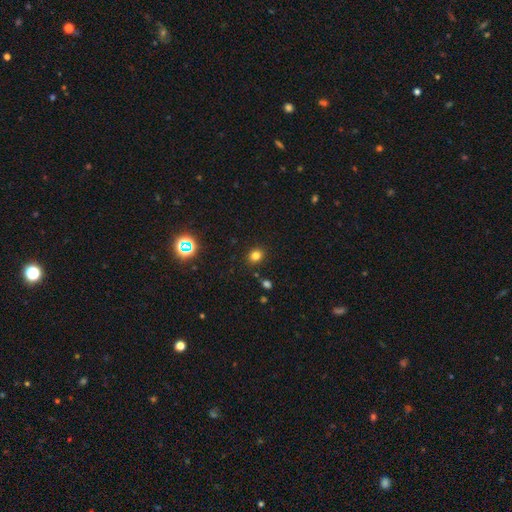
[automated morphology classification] smooth 78%, star or artifact 16%, featured or disk 6%. Down the decision tree: how rounded — round (66%); merging — none (87%).